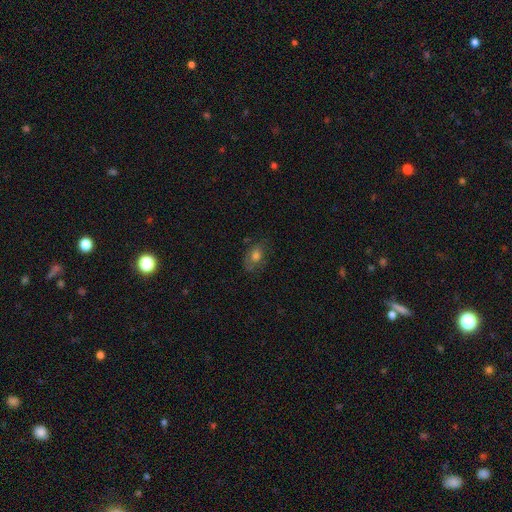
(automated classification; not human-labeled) Overall: smooth (59%; featured or disk 30%). How rounded: in between (75%). Merging: none (63%; minor disturbance 25%).